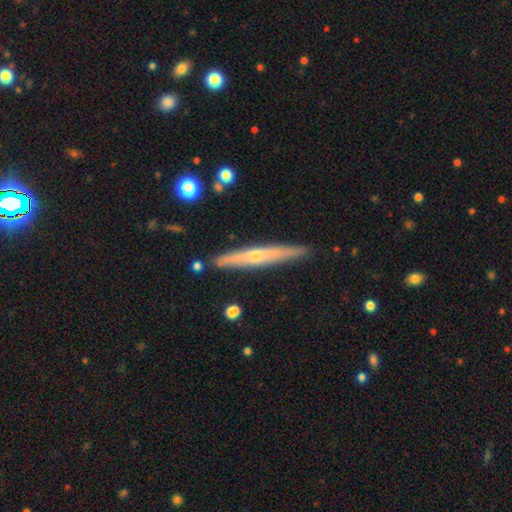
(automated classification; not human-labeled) smooth_or_featured: featured or disk (p=0.67) [alt: smooth p=0.27]
disk_edge_on: yes (p=0.96) [alt: no p=0.04]
edge_on_bulge: rounded (p=0.75) [alt: none p=0.22]
merging: none (p=0.88) [alt: minor disturbance p=0.09]